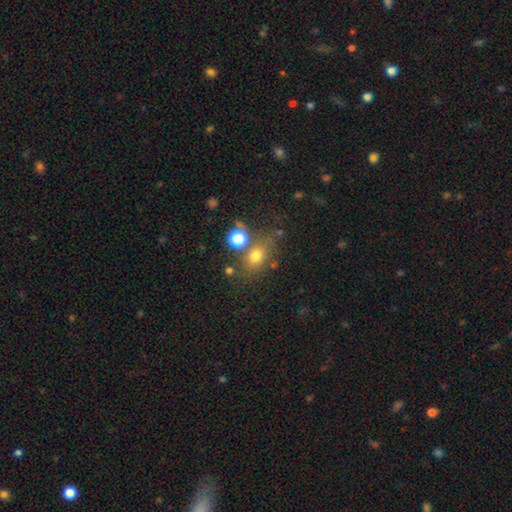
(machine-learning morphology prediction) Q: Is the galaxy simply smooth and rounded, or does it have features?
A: smooth — 70%.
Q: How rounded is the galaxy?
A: in between — 54%.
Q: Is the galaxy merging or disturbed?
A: none — 66%.